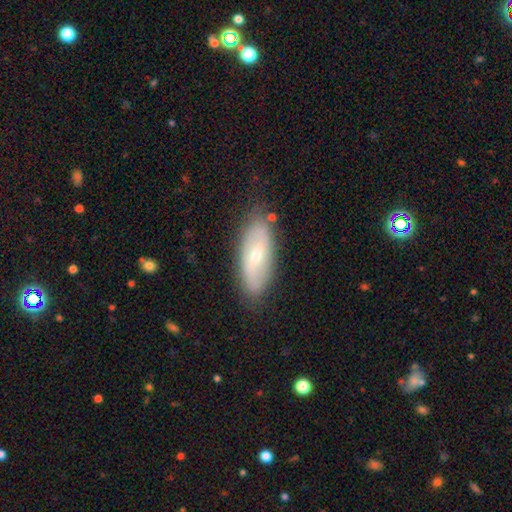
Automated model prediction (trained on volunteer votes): Smooth or featured: featured or disk — 51% (smooth — 43%)
Edge-on disk: no — 80% (yes — 20%)
Merging: none — 82% (minor disturbance — 13%)